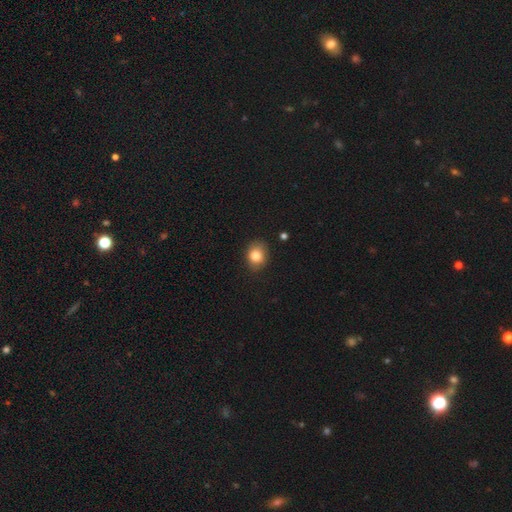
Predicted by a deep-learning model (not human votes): smooth 83%, star or artifact 10%, featured or disk 7%. Down the decision tree: how rounded — round (54%); merging — none (82%).